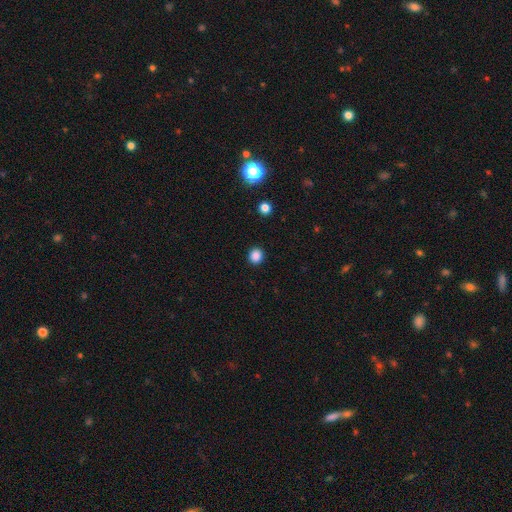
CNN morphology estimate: Q: Smooth or featured?
A: smooth (87%); runner-up: star or artifact (11%)
Q: How rounded?
A: round (85%); runner-up: in between (14%)
Q: Merging?
A: none (92%); runner-up: minor disturbance (5%)